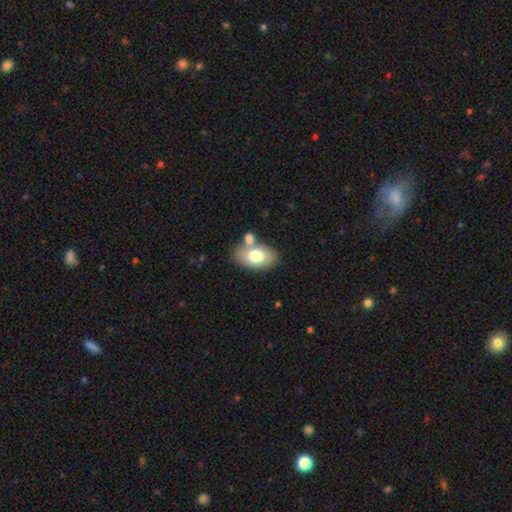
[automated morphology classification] Smooth or featured? Predicted: smooth (p=0.73). How rounded? Predicted: in between (p=0.90). Merging? Predicted: none (p=0.63).